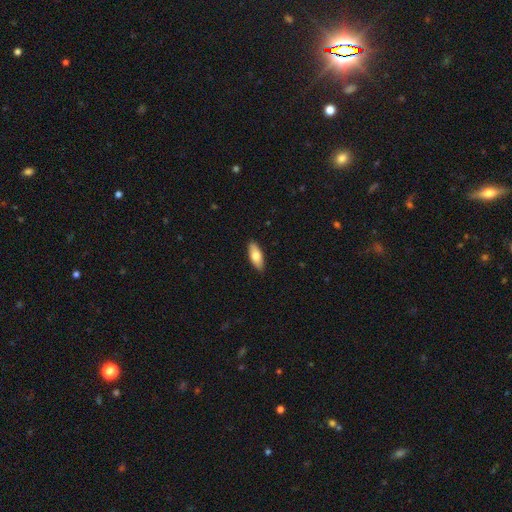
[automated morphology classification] The model was most divided on "how rounded": in between: 76%, cigar-shaped: 22%, round: 2%. More confident: merging — none (89%); smooth or featured — smooth (75%).